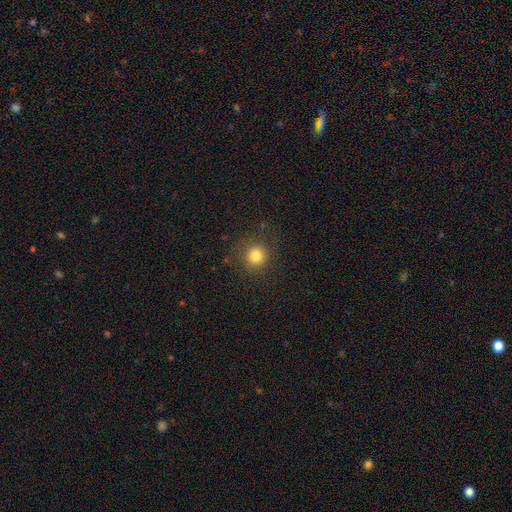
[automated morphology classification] smooth 82%, star or artifact 13%, featured or disk 6%. Down the decision tree: how rounded — round (93%); merging — none (86%).